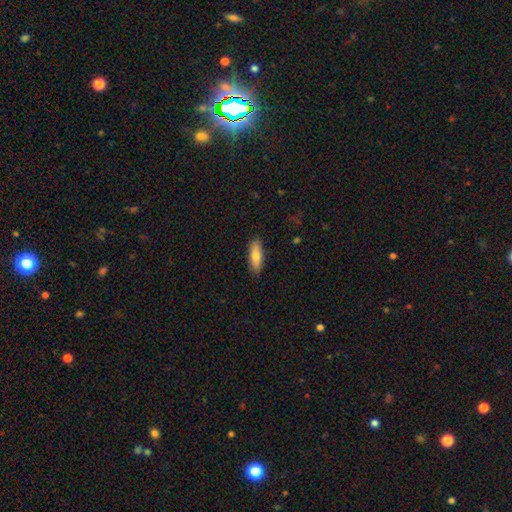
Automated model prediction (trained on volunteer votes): Smooth or featured?
  - smooth: 76% *
  - featured or disk: 18%
  - star or artifact: 6%
How rounded?
  - in between: 54% *
  - cigar-shaped: 44%
  - round: 2%
Merging?
  - none: 88% *
  - minor disturbance: 9%
  - major disturbance: 2%
  - merger: 1%